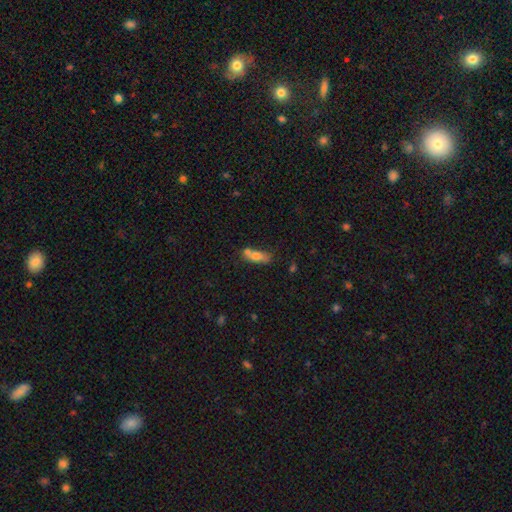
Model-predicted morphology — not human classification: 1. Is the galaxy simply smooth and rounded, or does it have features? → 68% smooth, 23% featured or disk, 9% star or artifact.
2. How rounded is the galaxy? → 63% in between, 31% cigar-shaped, 6% round.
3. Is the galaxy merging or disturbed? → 40% merger (tied), 40% none (tied), 15% minor disturbance, 6% major disturbance.